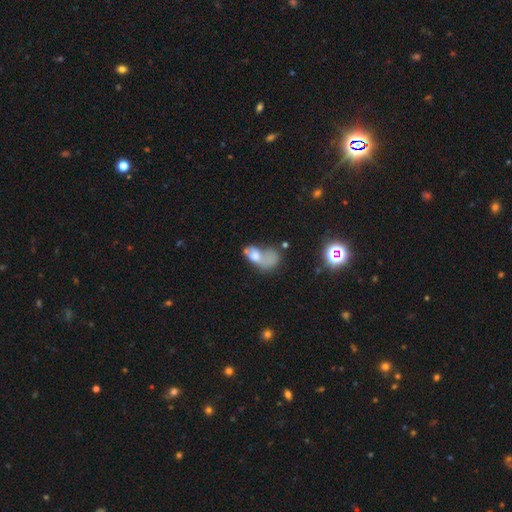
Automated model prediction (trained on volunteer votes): This is possibly a smooth galaxy (55%). How rounded: likely in between (77%). Merging: marginally major disturbance (37%).